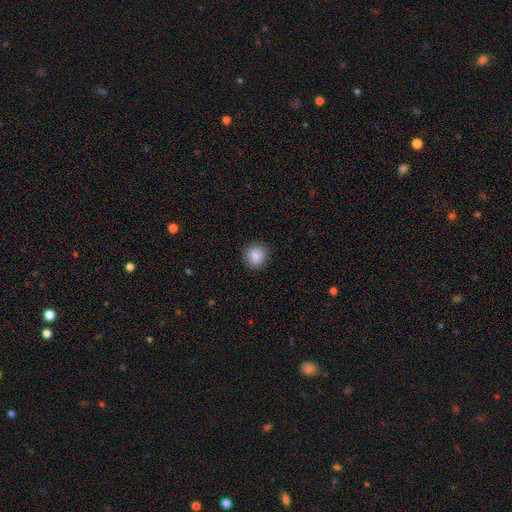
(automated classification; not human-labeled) Morphology: type=smooth (88%); roundness=round (90%); merging=none (89%).